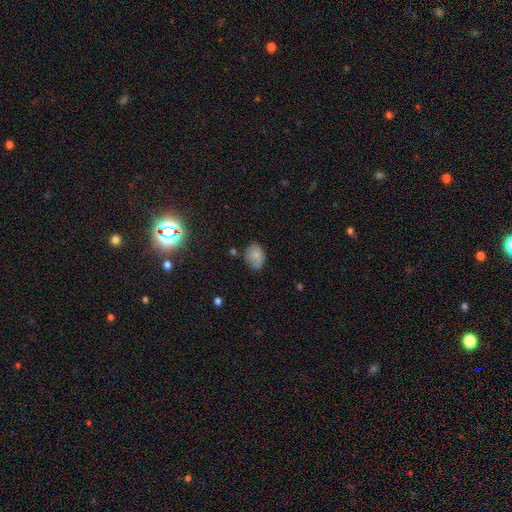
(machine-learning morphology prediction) smooth_or_featured: smooth (p=0.76) [alt: featured or disk p=0.13]
how_rounded: in between (p=0.62) [alt: round p=0.37]
merging: none (p=0.64) [alt: minor disturbance p=0.27]